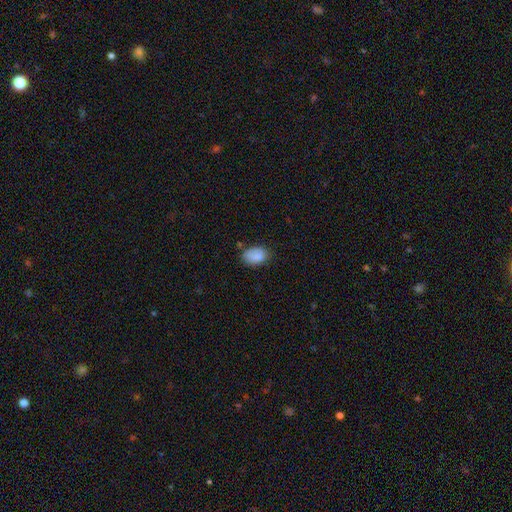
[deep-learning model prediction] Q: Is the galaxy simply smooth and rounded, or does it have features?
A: smooth — 87%.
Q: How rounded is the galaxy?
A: in between — 85%.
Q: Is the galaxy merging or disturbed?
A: none — 69%.